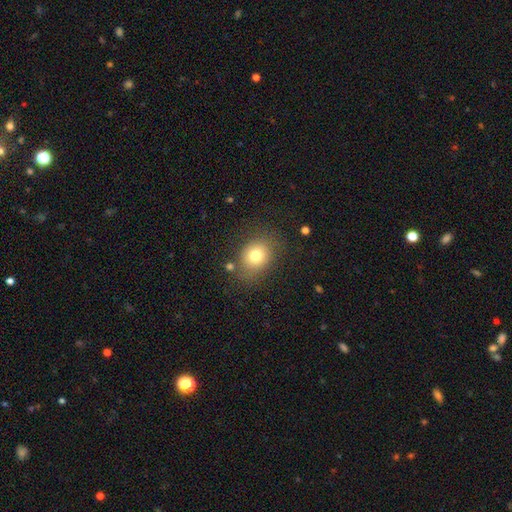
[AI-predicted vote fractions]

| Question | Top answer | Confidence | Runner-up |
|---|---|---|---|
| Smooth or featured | smooth | 77% | star or artifact (12%) |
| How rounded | round | 55% | in between (44%) |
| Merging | none | 75% | minor disturbance (15%) |